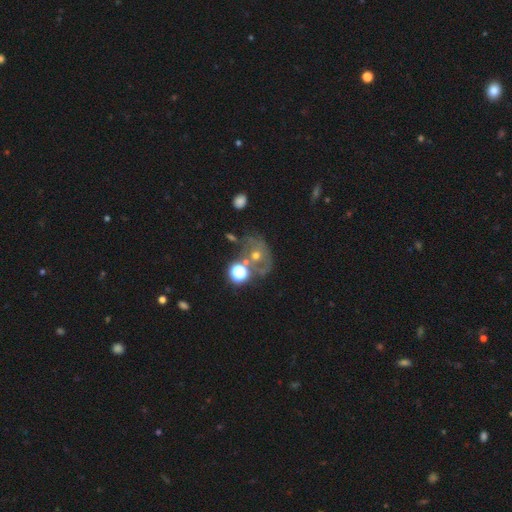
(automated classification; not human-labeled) smooth_or_featured: featured or disk (p=0.42) [alt: smooth p=0.33]
merging: none (p=0.45) [alt: merger p=0.20]